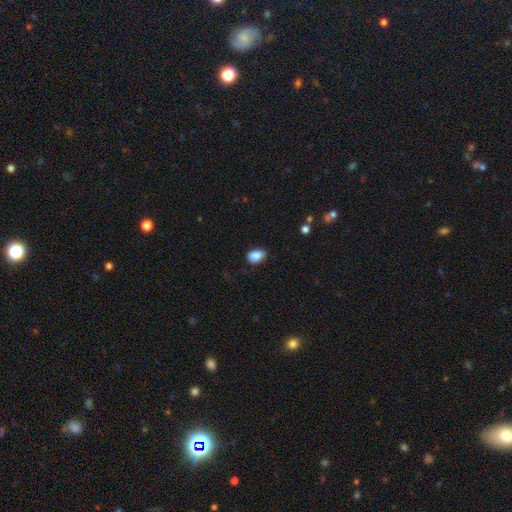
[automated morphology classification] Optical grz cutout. It shows a smooth galaxy with no disk features (86%) that is in between round and cigar-shaped (82%). Merging: none (84%).